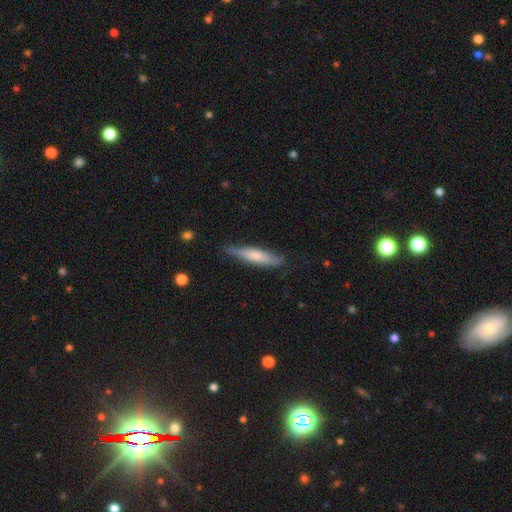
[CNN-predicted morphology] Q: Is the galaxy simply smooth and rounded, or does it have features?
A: smooth — 62%.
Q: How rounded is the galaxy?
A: cigar-shaped — 84%.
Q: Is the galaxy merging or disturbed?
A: none — 77%.